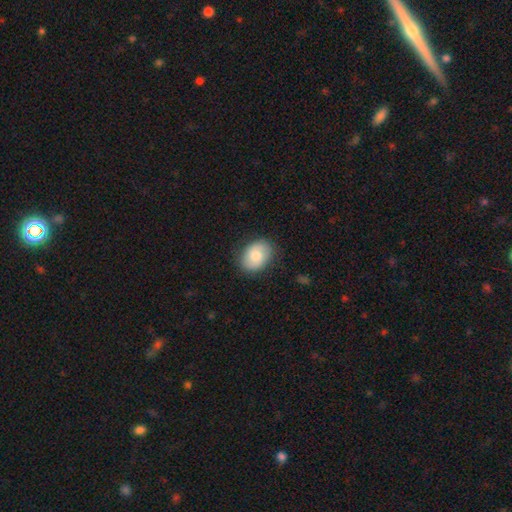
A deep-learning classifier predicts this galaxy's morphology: smooth_or_featured: smooth (p=0.69) [alt: featured or disk p=0.24]
how_rounded: in between (p=0.71) [alt: round p=0.28]
merging: none (p=0.83) [alt: minor disturbance p=0.13]